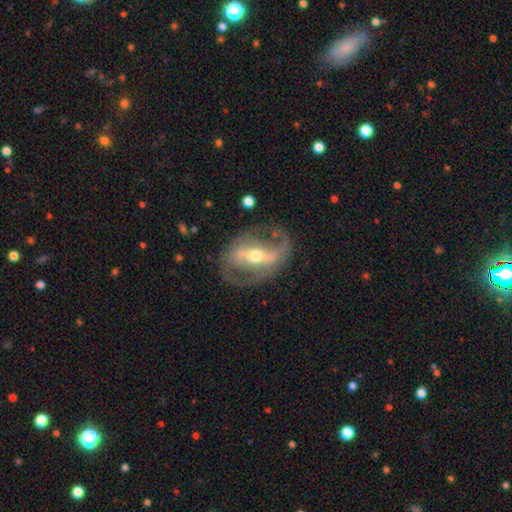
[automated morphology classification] smooth-or-featured: featured or disk: 81% | smooth: 14% | star or artifact: 5%
  disk-edge-on: no: 91% | yes: 9%
    bar: strong: 59% | weak: 26% | no: 15%
    has-spiral-arms: yes: 64% | no: 36%
    bulge-size: moderate: 67% | small: 25% | large: 6% | dominant: 1% | none: 1%
  merging: none: 72% | minor disturbance: 15% | major disturbance: 11% | merger: 2%